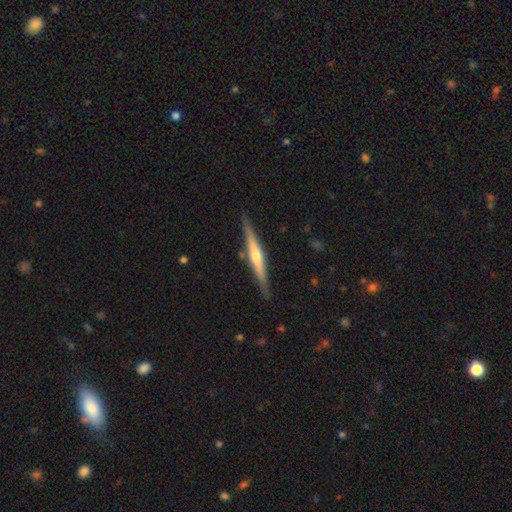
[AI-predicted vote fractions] Smooth or featured? Predicted: featured or disk (p=0.73). Edge-on disk? Predicted: yes (p=0.98). Edge-on bulge? Predicted: rounded (p=0.82). Merging? Predicted: none (p=0.88).